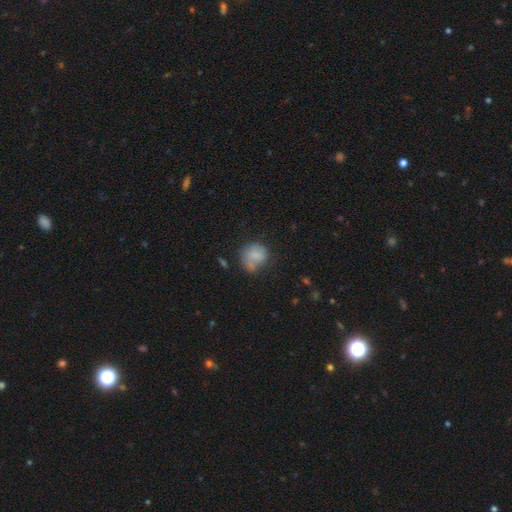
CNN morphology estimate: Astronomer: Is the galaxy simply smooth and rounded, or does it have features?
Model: smooth — 76%.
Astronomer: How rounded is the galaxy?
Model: round — 68%.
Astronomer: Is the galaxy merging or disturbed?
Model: none — 43% (runner-up: minor disturbance, 28%).